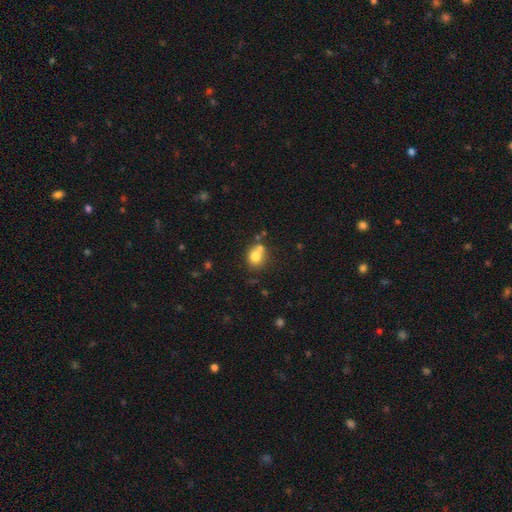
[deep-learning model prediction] smooth-or-featured: smooth: 76% | featured or disk: 13% | star or artifact: 11%
  how-rounded: round: 54% | in between: 45% | cigar-shaped: 1%
  merging: none: 47% | merger: 29% | minor disturbance: 18% | major disturbance: 7%